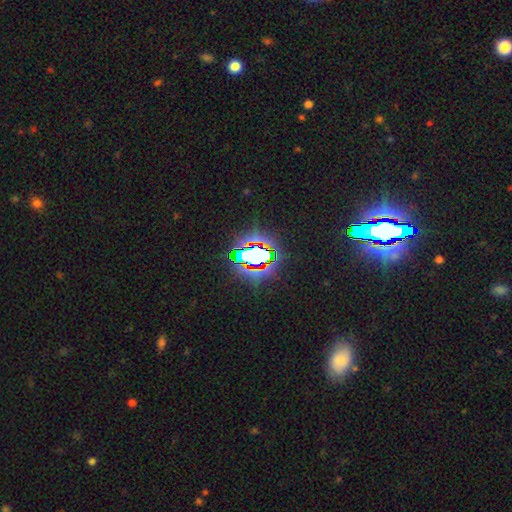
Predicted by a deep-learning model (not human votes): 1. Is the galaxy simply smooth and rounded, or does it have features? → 69% star or artifact, 19% smooth, 12% featured or disk.